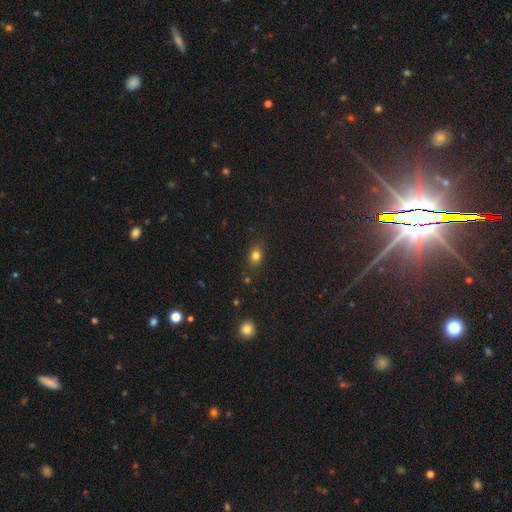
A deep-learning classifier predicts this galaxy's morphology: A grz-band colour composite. It shows a smooth galaxy with no disk features (77%) that is in between round and cigar-shaped (57%). Merging: none (80%).